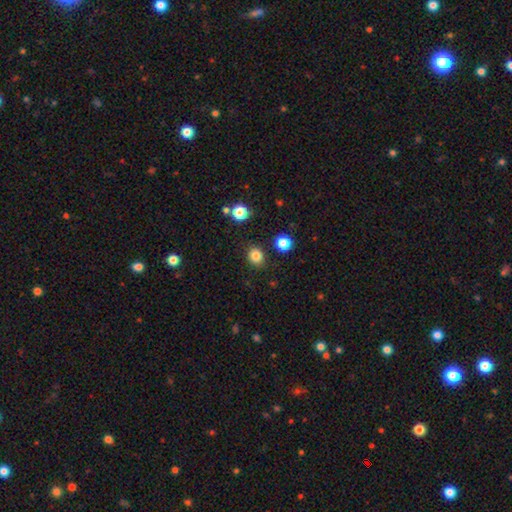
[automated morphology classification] smooth-or-featured: smooth: 83% | star or artifact: 12% | featured or disk: 5%
  how-rounded: round: 69% | in between: 30% | cigar-shaped: 1%
  merging: none: 87% | minor disturbance: 8% | merger: 3% | major disturbance: 2%